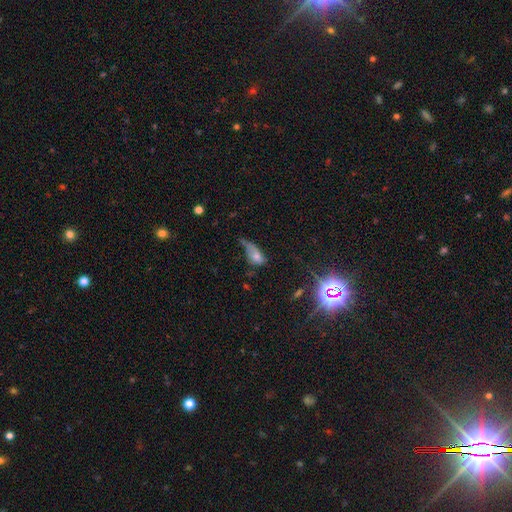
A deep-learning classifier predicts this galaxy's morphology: This is likely a smooth galaxy (61%). How rounded: clearly in between (82%). Merging: marginally major disturbance (39%).